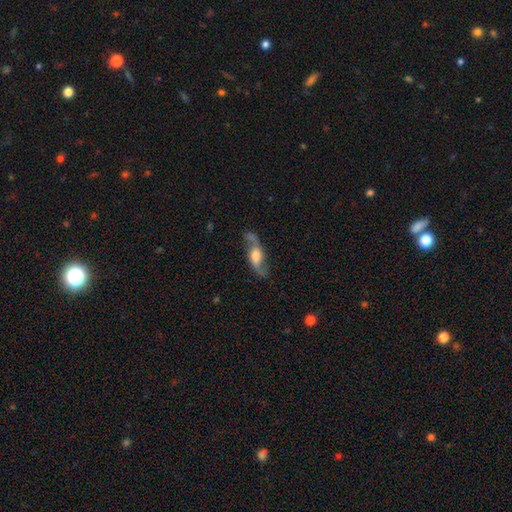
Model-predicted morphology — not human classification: A featured or disk galaxy (81%) with no bar (49%), 2 (93%) loose (76%) spiral arms (94%) and a large central bulge (39%, tied with moderate).

Vote fractions:
- Smooth or featured? featured or disk: 81% / smooth: 13% / star or artifact: 6%
- Edge-on disk? no: 87% / yes: 13%
- Bar? no: 49% / weak: 38% / strong: 13%
- Spiral arms? yes: 94% / no: 6%
- Spiral winding? loose: 76% / medium: 20% / tight: 5%
- Spiral arm count? 2: 93% / can't tell: 2% / 1: 2% / 3: 1% / 4: 1% / more than 4: 1%
- Bulge size? large: 39% (tied) / moderate: 39% (tied) / small: 11% / none: 6% / dominant: 5%
- Merging? none: 75% / minor disturbance: 15% / major disturbance: 8% / merger: 2%